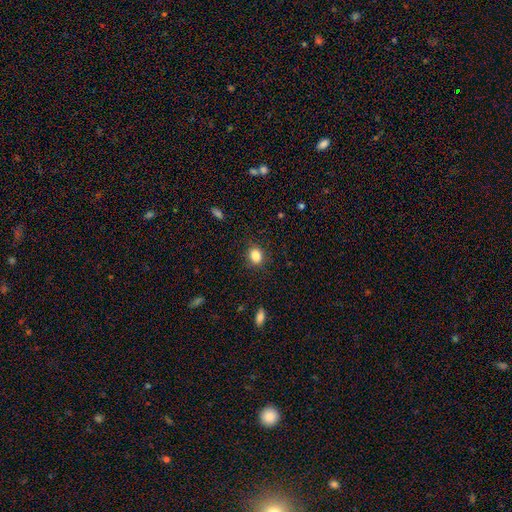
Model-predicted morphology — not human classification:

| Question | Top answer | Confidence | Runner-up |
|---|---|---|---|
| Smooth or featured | smooth | 85% | star or artifact (10%) |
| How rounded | round | 50% | in between (49%) |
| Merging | none | 85% | minor disturbance (11%) |